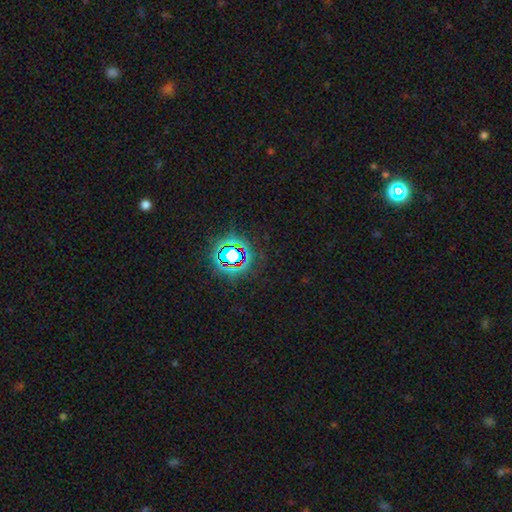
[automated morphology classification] Smooth or featured: star or artifact — 75% (smooth — 16%)